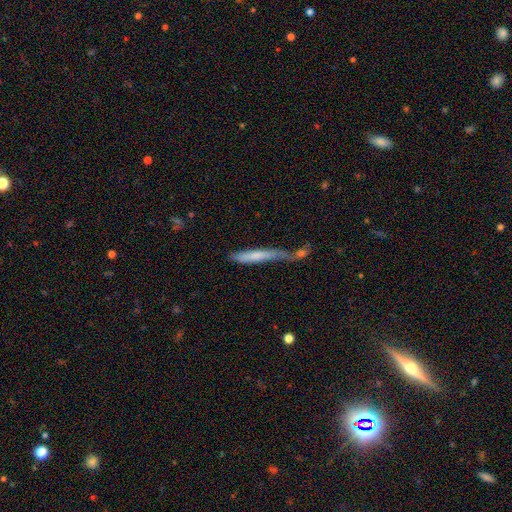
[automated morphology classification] smooth-or-featured: smooth: 62% | featured or disk: 32% | star or artifact: 7%
  how-rounded: cigar-shaped: 92% | in between: 6% | round: 1%
  merging: merger: 34% (tied) | none: 34% (tied) | minor disturbance: 19% | major disturbance: 13%